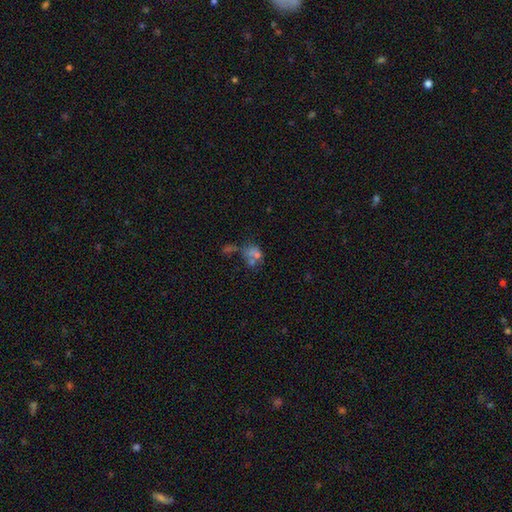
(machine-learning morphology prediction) star or artifact 40%, smooth 37%, featured or disk 22%.